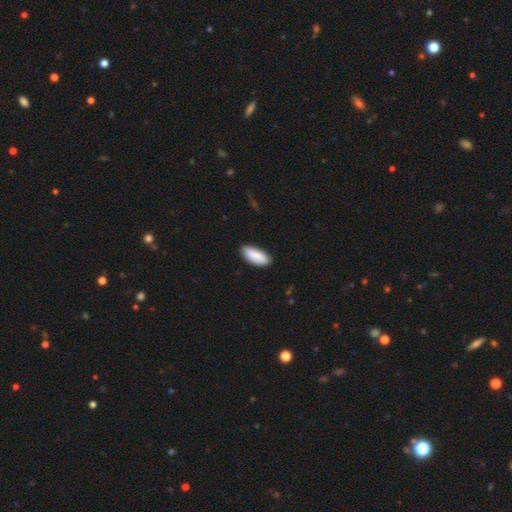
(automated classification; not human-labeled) This is clearly a smooth galaxy (89%). How rounded: clearly in between (85%). Merging: clearly none (86%).